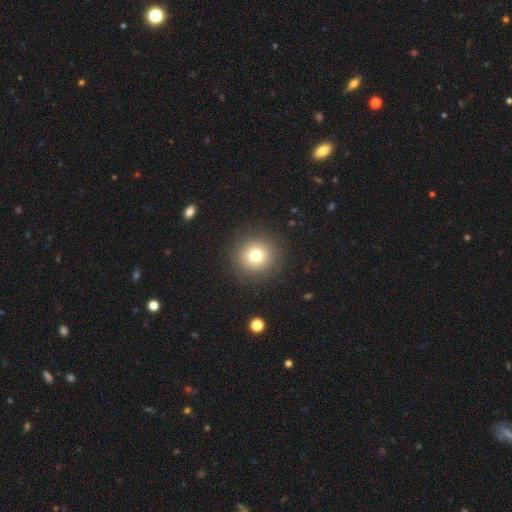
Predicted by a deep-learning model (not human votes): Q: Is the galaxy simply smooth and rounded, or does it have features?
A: smooth — 76%.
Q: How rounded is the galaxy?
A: round — 94%.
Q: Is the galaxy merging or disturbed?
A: none — 91%.